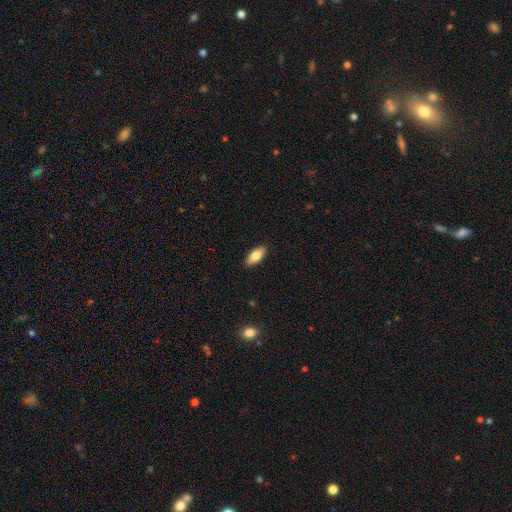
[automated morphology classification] type=smooth (79%); roundness=in between (86%); merging=none (89%).